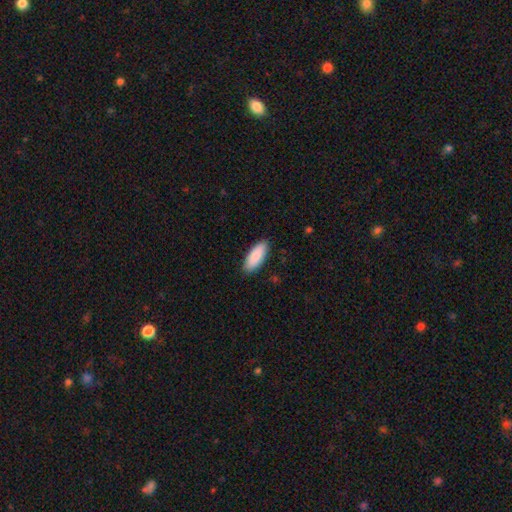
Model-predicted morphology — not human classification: smooth_or_featured: smooth (p=0.88) [alt: featured or disk p=0.06]
how_rounded: in between (p=0.78) [alt: cigar-shaped p=0.21]
merging: none (p=0.88) [alt: minor disturbance p=0.09]